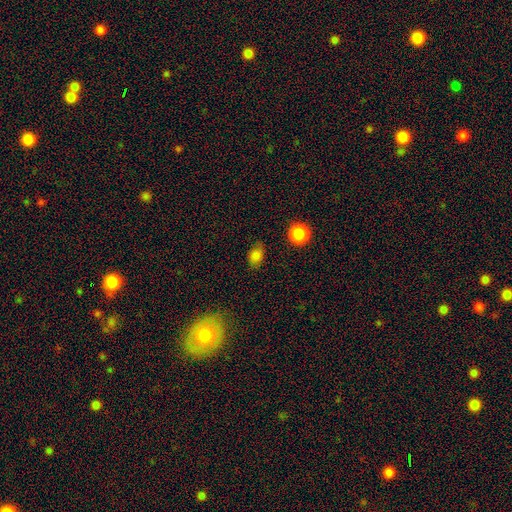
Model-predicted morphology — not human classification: The model was most divided on "how rounded": in between: 67%, round: 31%, cigar-shaped: 2%. More confident: smooth or featured — smooth (82%); merging — none (77%).